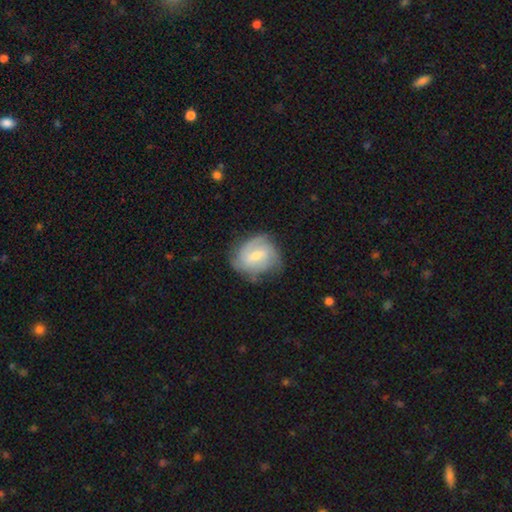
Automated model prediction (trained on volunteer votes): This is likely a featured or disk galaxy (64%). It is clearly not viewed edge-on (97%). Bar: possibly weak (57%). Spiral arm pattern: clearly yes (86%). Spiral arm count: marginally can't tell (34%). Spiral winding: possibly tight (49%). Central bulge: possibly moderate (50%). Merging: likely none (65%).